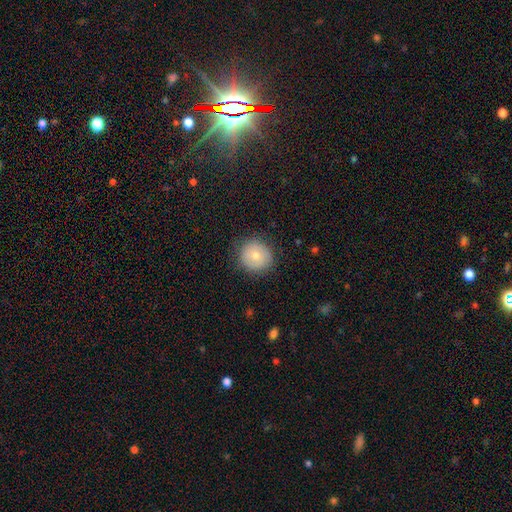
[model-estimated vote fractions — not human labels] This is likely a smooth galaxy (72%). How rounded: clearly round (91%). Merging: clearly none (83%).